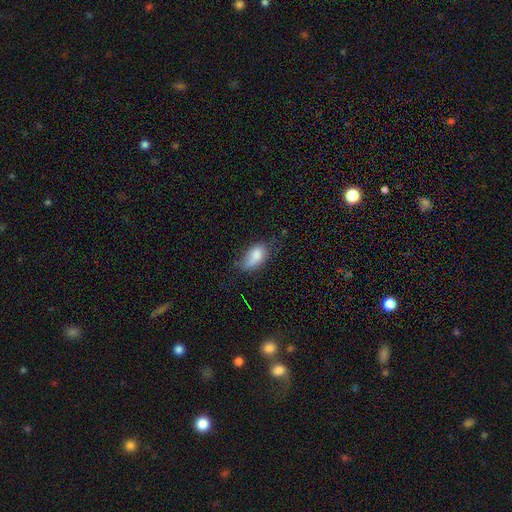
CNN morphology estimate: A smooth galaxy with no disk features (79%) that is in between round and cigar-shaped (91%).

Vote fractions:
- Smooth or featured? smooth: 79% / featured or disk: 13% / star or artifact: 8%
- How rounded? in between: 91% / round: 6% / cigar-shaped: 3%
- Merging? none: 42% / minor disturbance: 38% / major disturbance: 15% / merger: 4%